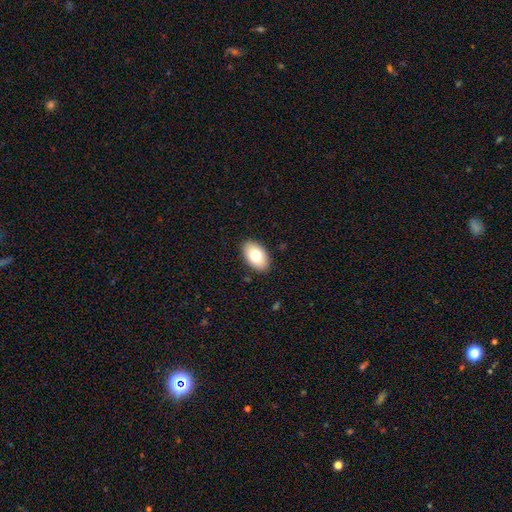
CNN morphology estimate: Smooth or featured? Predicted: smooth (p=0.78). How rounded? Predicted: in between (p=0.94). Merging? Predicted: none (p=0.89).